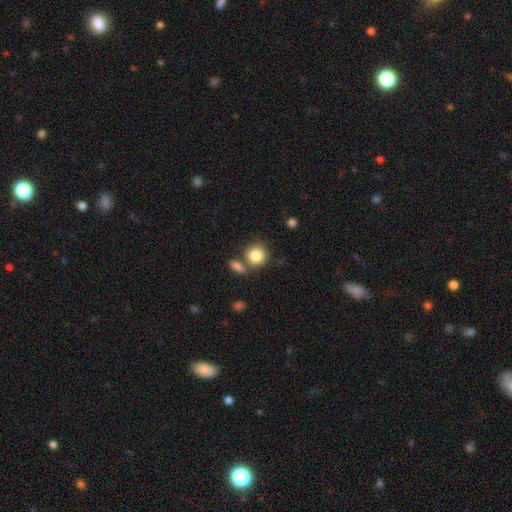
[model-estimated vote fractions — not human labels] Smooth or featured? smooth (84%)
How rounded? round (82%)
Merging? none (62%)